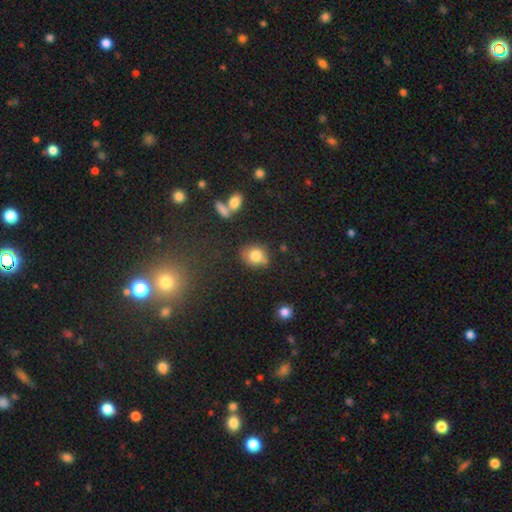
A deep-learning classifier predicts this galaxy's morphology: smooth 80%, star or artifact 10%, featured or disk 10%. Down the decision tree: how rounded — round (58%); merging — none (67%).